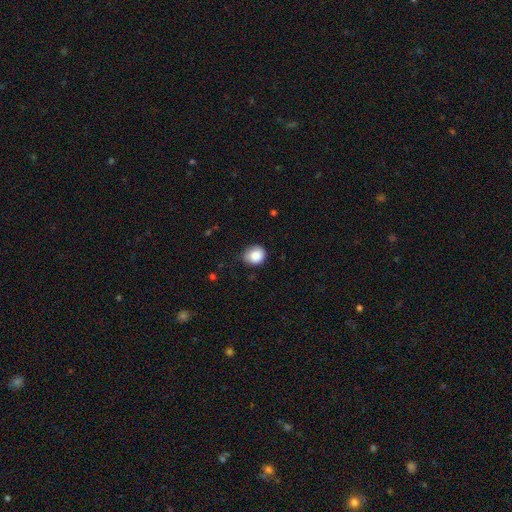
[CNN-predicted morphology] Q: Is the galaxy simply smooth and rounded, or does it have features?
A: smooth — 87%.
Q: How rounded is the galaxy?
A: round — 73%.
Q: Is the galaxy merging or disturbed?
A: none — 72%.